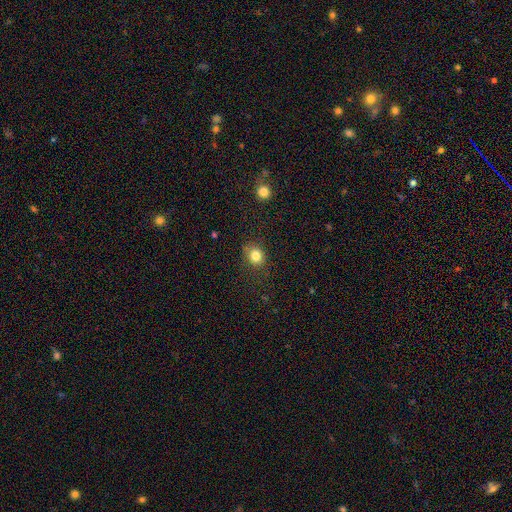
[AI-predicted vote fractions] This is clearly a smooth galaxy (83%). How rounded: likely round (66%). Merging: clearly none (81%).